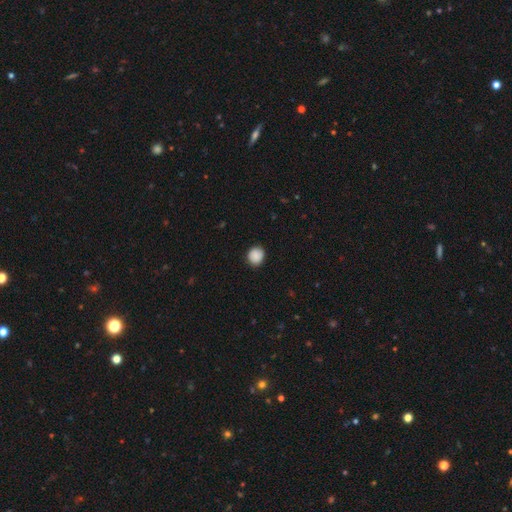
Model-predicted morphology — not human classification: Q: Smooth or featured?
A: smooth (89%); runner-up: star or artifact (8%)
Q: How rounded?
A: round (84%); runner-up: in between (15%)
Q: Merging?
A: none (89%); runner-up: minor disturbance (9%)